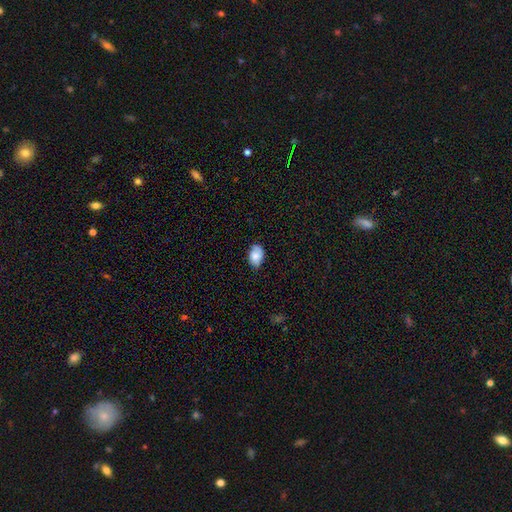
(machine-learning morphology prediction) This appears to be a smooth galaxy with no disk features (78%) that is in between round and cigar-shaped (86%). Merging: none (73%).